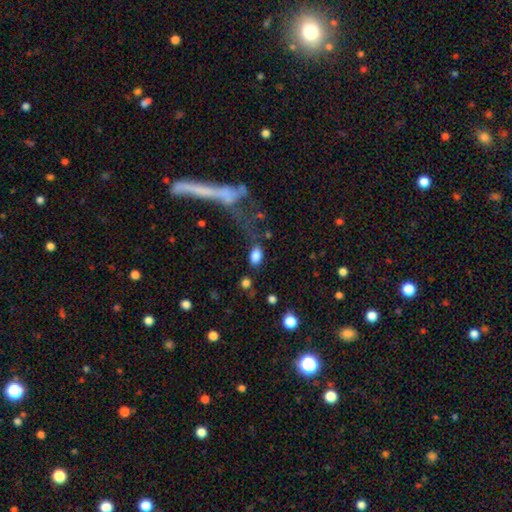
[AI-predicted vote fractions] This is clearly a smooth galaxy (85%). How rounded: clearly in between (87%). Merging: likely none (67%).